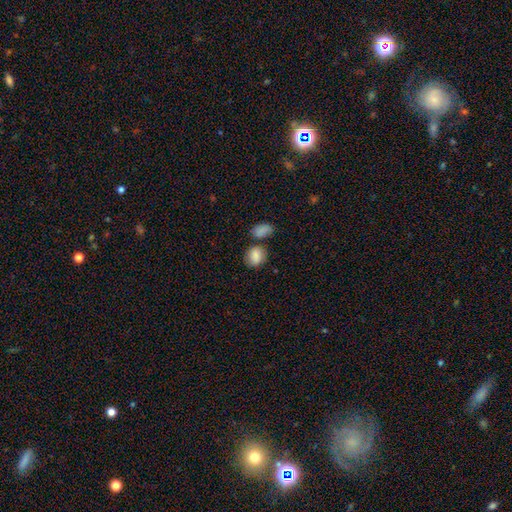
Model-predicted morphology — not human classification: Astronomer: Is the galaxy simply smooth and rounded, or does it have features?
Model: smooth — 83%.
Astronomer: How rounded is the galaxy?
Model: round — 50% (runner-up: in between, 49%).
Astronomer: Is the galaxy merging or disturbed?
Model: none — 60%.